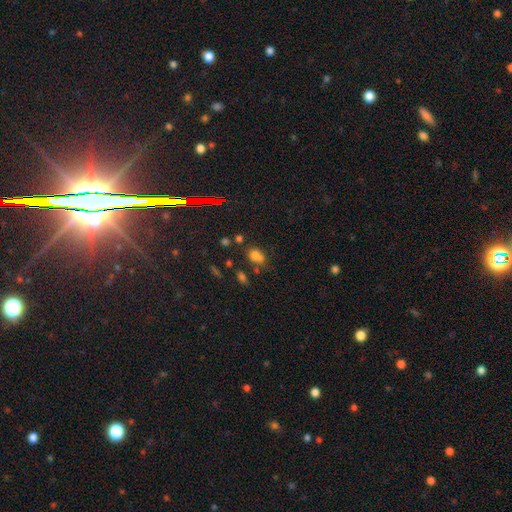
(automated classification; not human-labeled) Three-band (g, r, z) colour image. It shows a smooth galaxy with no disk features (71%) that is in between round and cigar-shaped (70%). Merging: none (56%).